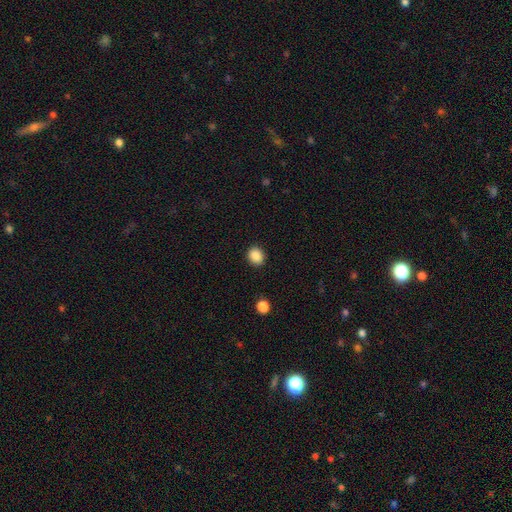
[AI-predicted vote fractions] Overall: smooth (88%). How rounded: round (66%; in between 33%). Merging: none (90%).